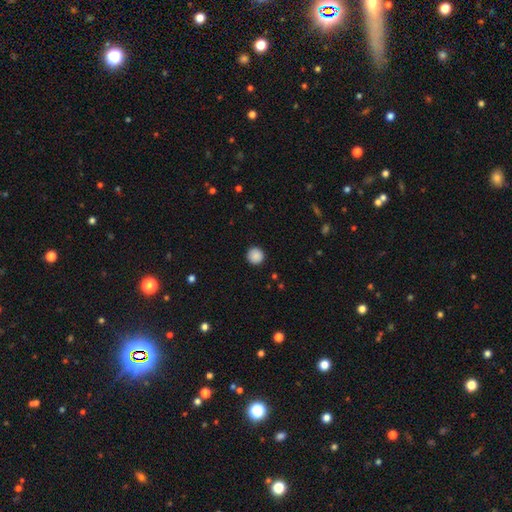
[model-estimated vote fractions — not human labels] Smooth or featured: smooth — 89% (star or artifact — 9%)
How rounded: round — 95% (in between — 4%)
Merging: none — 92% (minor disturbance — 5%)